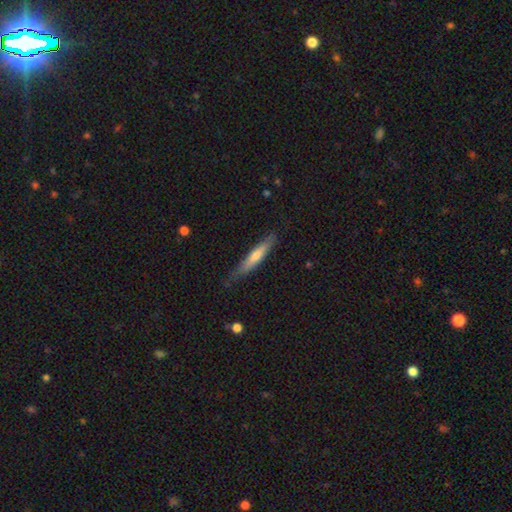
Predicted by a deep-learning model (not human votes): A smooth galaxy with no disk features (50%) that is cigar-shaped (92%).

Vote fractions:
- Smooth or featured? smooth: 50% / featured or disk: 44% / star or artifact: 6%
- How rounded? cigar-shaped: 92% / in between: 7% / round: 1%
- Merging? none: 76% / minor disturbance: 20% / major disturbance: 3% / merger: 1%